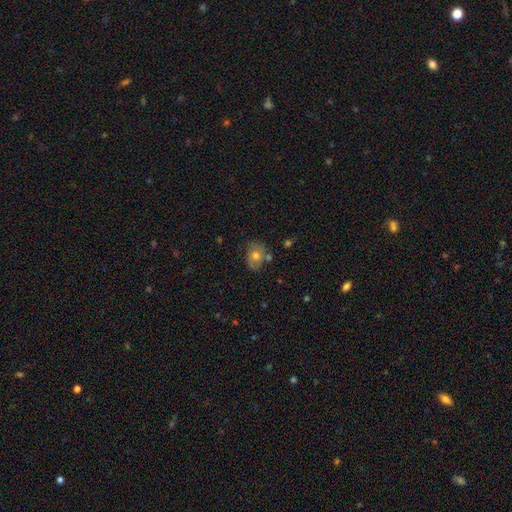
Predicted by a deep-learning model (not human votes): A smooth galaxy with no disk features (54%) that is in between round and cigar-shaped (53%).

Vote fractions:
- Smooth or featured? smooth: 54% / featured or disk: 35% / star or artifact: 12%
- How rounded? in between: 53% / round: 46% / cigar-shaped: 1%
- Merging? none: 64% / minor disturbance: 22% / major disturbance: 7% / merger: 7%